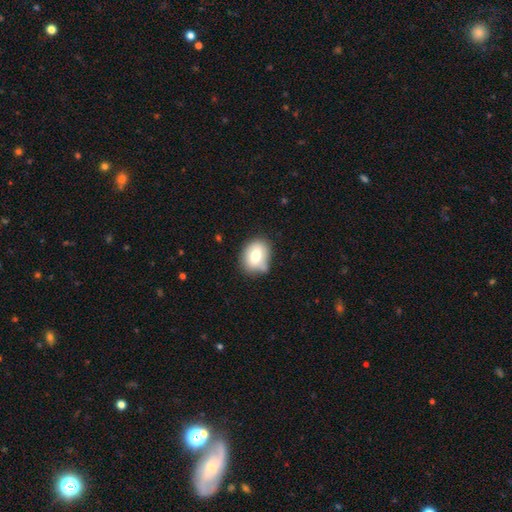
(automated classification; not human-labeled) Q: Smooth or featured?
A: smooth (72%); runner-up: featured or disk (19%)
Q: How rounded?
A: in between (58%); runner-up: round (40%)
Q: Merging?
A: none (62%); runner-up: minor disturbance (25%)